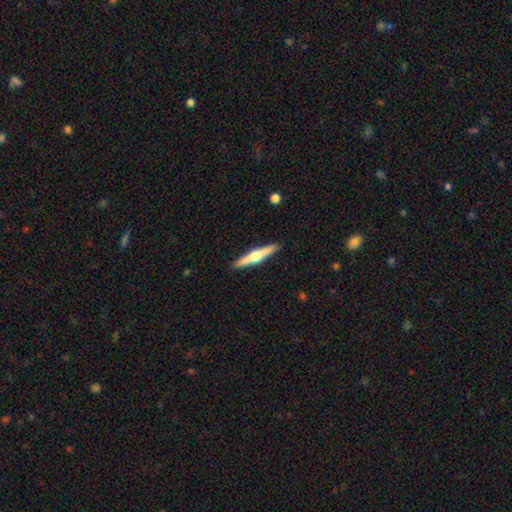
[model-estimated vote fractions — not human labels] Smooth or featured?
  - featured or disk: 63% *
  - smooth: 32%
  - star or artifact: 5%
Edge-on disk?
  - yes: 98% *
  - no: 2%
Edge-on bulge?
  - rounded: 94% *
  - boxy: 3%
  - none: 3%
Merging?
  - none: 92% *
  - minor disturbance: 6%
  - major disturbance: 1%
  - merger: 1%